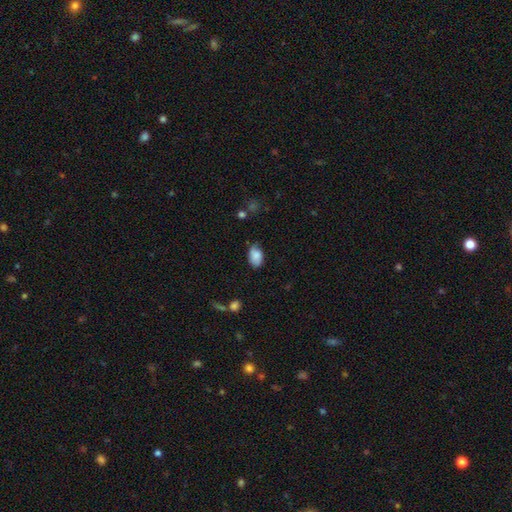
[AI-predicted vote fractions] Smooth or featured? Predicted: smooth (p=0.81). How rounded? Predicted: in between (p=0.90). Merging? Predicted: none (p=0.62).